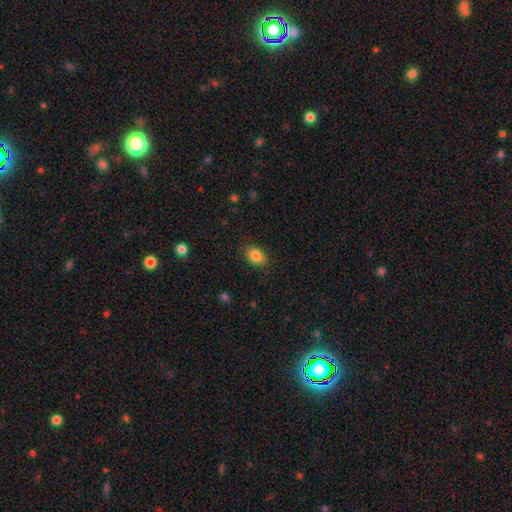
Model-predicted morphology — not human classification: Overall: smooth (86%). How rounded: in between (75%). Merging: none (86%).